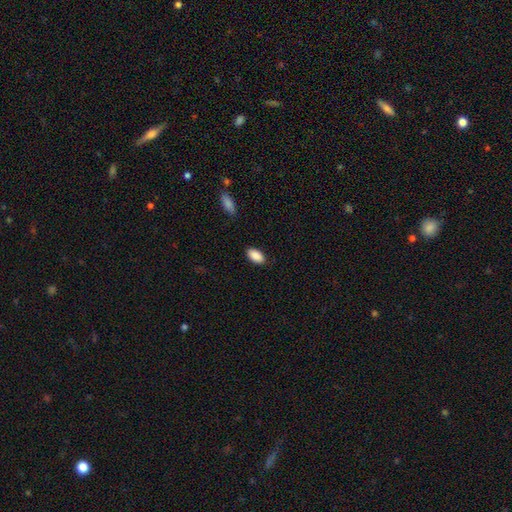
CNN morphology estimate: Q: Smooth or featured?
A: smooth (89%); runner-up: star or artifact (7%)
Q: How rounded?
A: in between (93%); runner-up: cigar-shaped (4%)
Q: Merging?
A: none (88%); runner-up: minor disturbance (9%)